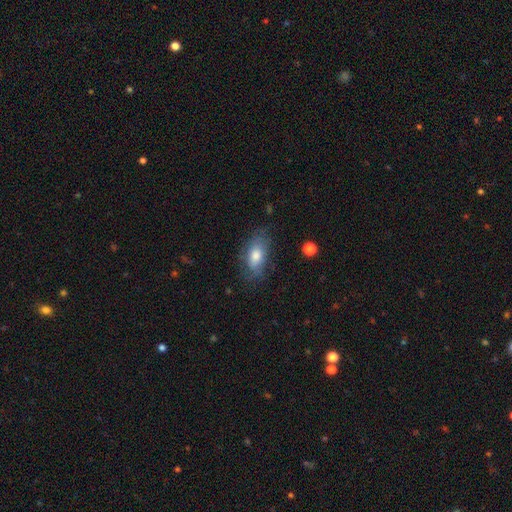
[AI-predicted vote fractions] This is likely a smooth galaxy (64%). How rounded: clearly in between (87%). Merging: likely none (68%).